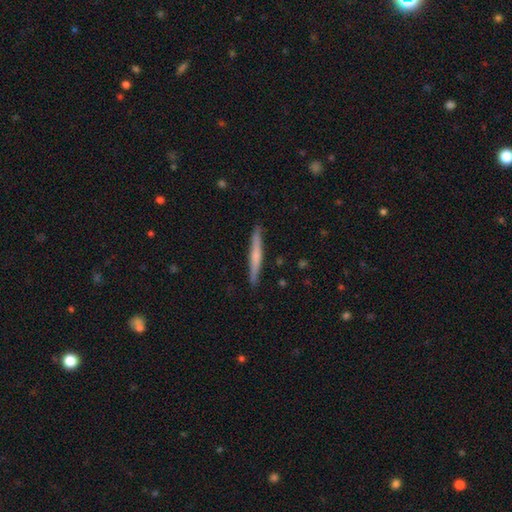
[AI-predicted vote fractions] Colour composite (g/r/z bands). It shows a smooth galaxy with no disk features (51%) that is cigar-shaped (96%). Merging: none (90%).